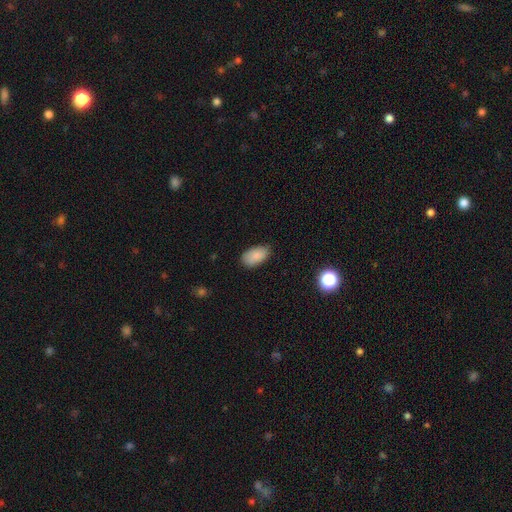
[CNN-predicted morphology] type=smooth (87%); roundness=in between (94%); merging=none (80%).